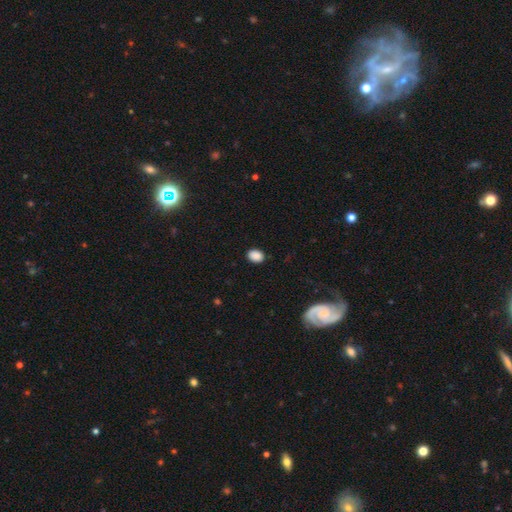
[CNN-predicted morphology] smooth-or-featured: smooth: 88% | star or artifact: 8% | featured or disk: 3%
  how-rounded: in between: 68% | round: 31% | cigar-shaped: 1%
  merging: none: 87% | minor disturbance: 10% | major disturbance: 2% | merger: 1%